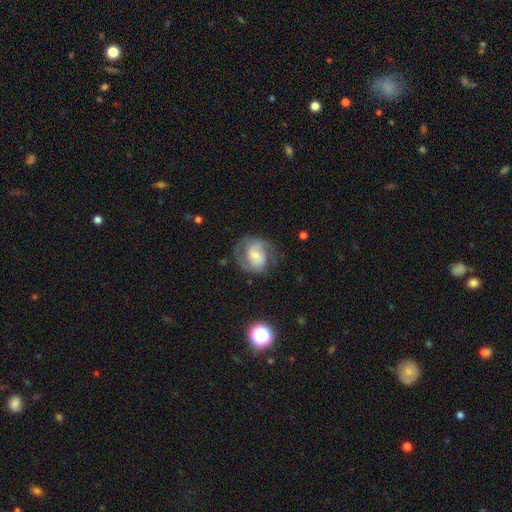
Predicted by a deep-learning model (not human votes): smooth-or-featured: featured or disk: 71% | smooth: 22% | star or artifact: 7%
  disk-edge-on: no: 98% | yes: 2%
    bar: no: 44% | weak: 42% | strong: 14%
    has-spiral-arms: yes: 89% | no: 11%
      spiral-winding: medium: 48% | tight: 33% | loose: 19%
      spiral-arm-count: 2: 77% | can't tell: 12% | 1: 4% | 3: 4% | 4: 2% | more than 4: 1%
    bulge-size: small: 44% | moderate: 34% | large: 11% | none: 8% | dominant: 2%
  merging: none: 64% | minor disturbance: 20% | major disturbance: 15% | merger: 2%